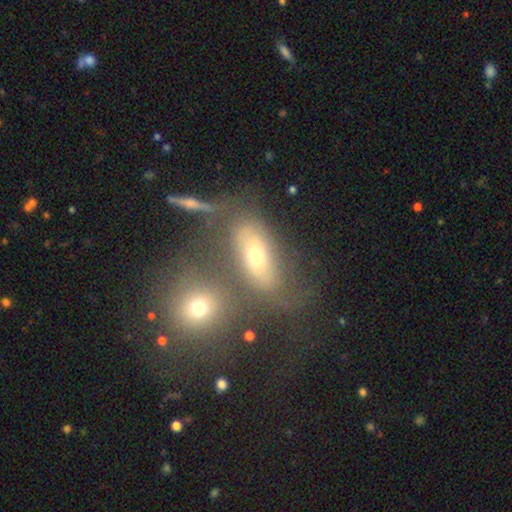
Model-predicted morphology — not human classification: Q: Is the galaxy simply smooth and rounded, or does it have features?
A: smooth — 48%.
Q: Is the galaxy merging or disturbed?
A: none — 43%.